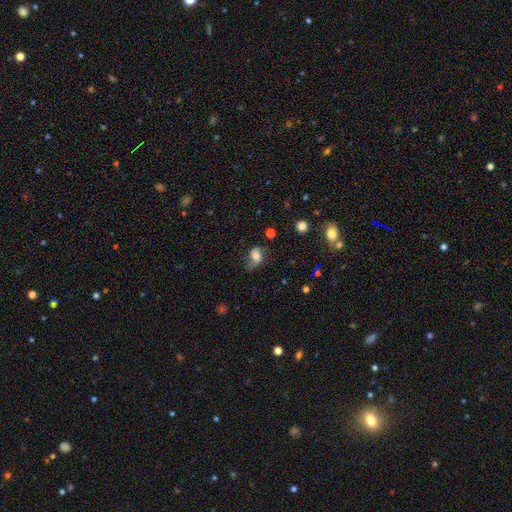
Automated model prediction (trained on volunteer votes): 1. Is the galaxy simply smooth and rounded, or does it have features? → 59% smooth, 30% featured or disk, 11% star or artifact.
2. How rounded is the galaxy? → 73% in between, 26% round, 2% cigar-shaped.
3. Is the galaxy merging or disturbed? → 46% none, 33% minor disturbance, 19% major disturbance, 2% merger.